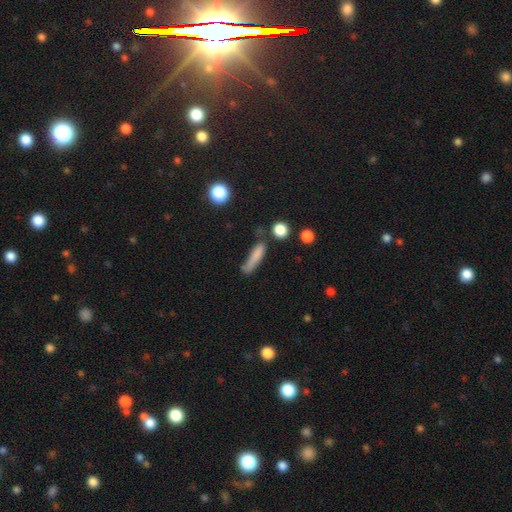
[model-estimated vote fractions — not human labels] Smooth or featured: smooth — 77% (featured or disk — 13%)
How rounded: cigar-shaped — 79% (in between — 18%)
Merging: none — 51% (minor disturbance — 27%)